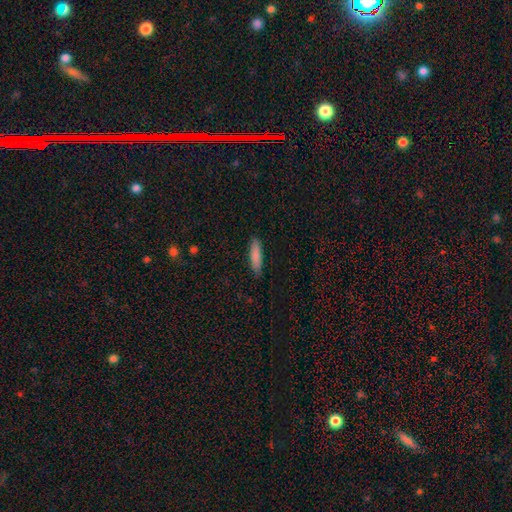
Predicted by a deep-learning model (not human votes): smooth-or-featured: smooth: 85% | featured or disk: 8% | star or artifact: 6%
  how-rounded: cigar-shaped: 71% | in between: 28% | round: 1%
  merging: none: 87% | minor disturbance: 10% | major disturbance: 2% | merger: 1%